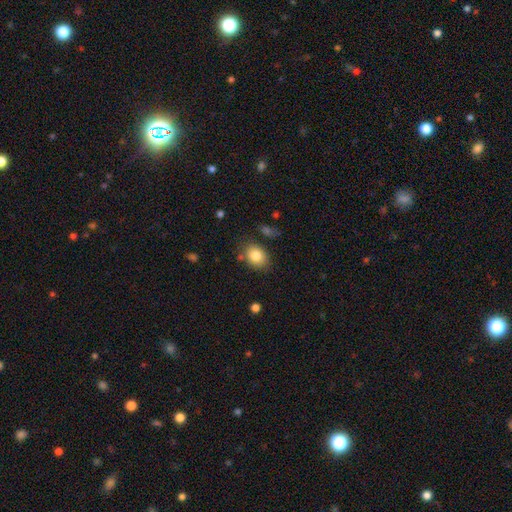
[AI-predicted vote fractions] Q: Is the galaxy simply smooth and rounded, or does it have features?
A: smooth — 82%.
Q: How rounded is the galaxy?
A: in between — 63%.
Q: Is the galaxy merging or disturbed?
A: none — 76%.